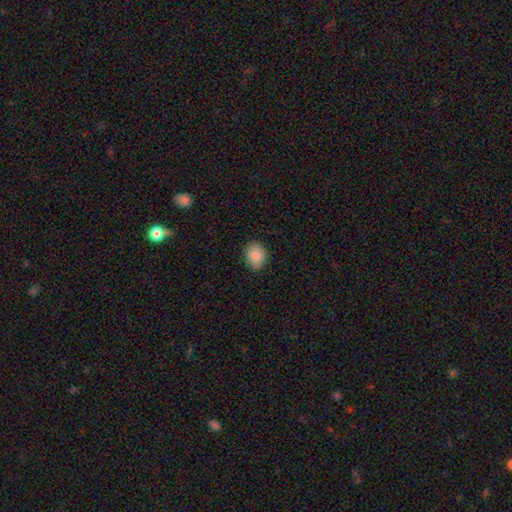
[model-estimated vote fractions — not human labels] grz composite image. It shows a smooth galaxy with no disk features (86%) that is in between round and cigar-shaped (52%). Merging: none (86%).